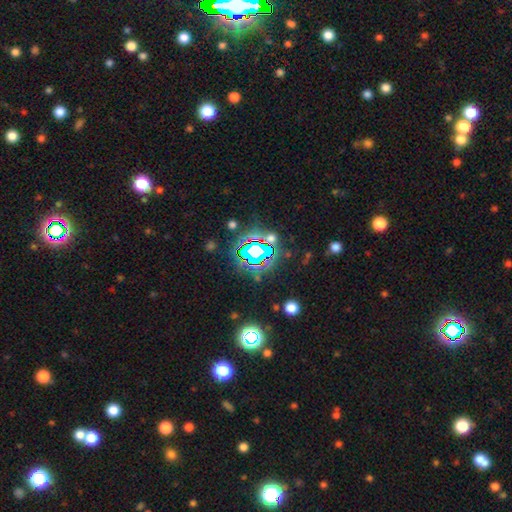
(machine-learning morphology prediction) Q: Smooth or featured?
A: star or artifact (79%); runner-up: smooth (13%)